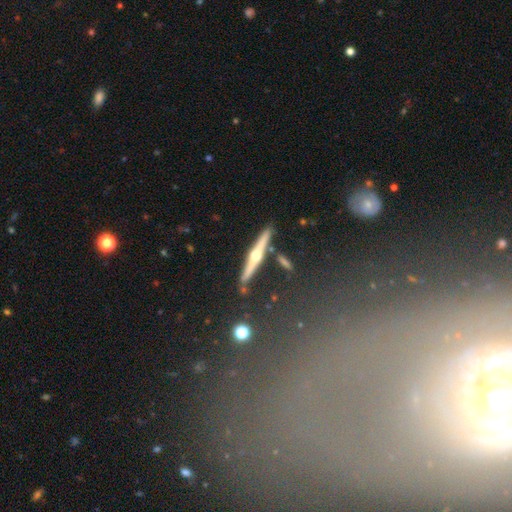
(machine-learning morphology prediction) This appears to be a featured or disk galaxy (72%) viewed edge-on (96%) with a rounded central bulge (93%). Merging: none (82%).